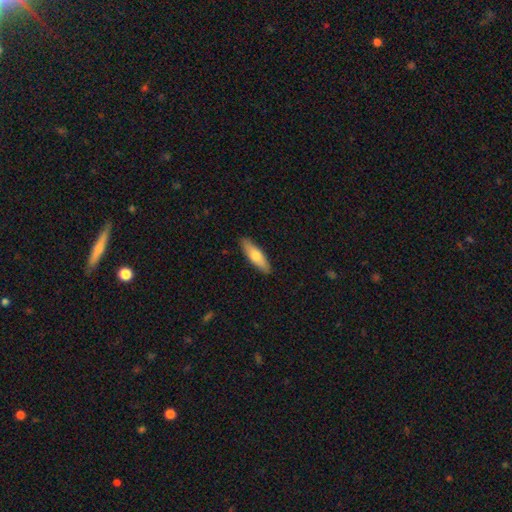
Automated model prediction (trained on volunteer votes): Smooth or featured?
  - smooth: 72% *
  - featured or disk: 23%
  - star or artifact: 5%
How rounded?
  - cigar-shaped: 51% *
  - in between: 47%
  - round: 2%
Merging?
  - none: 89% *
  - minor disturbance: 9%
  - major disturbance: 2%
  - merger: 1%